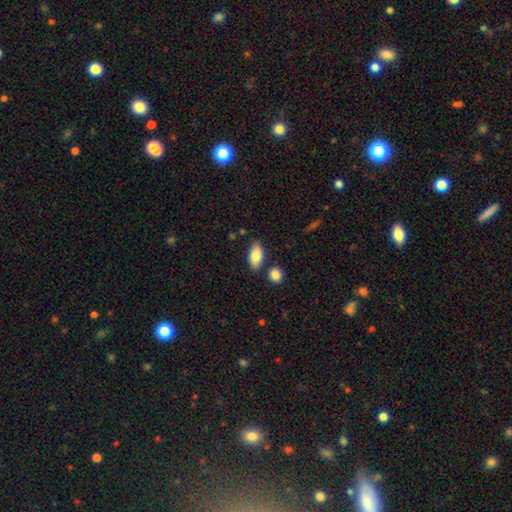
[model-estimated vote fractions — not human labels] smooth 83%, featured or disk 10%, star or artifact 7%. Down the decision tree: how rounded — in between (91%); merging — none (80%).